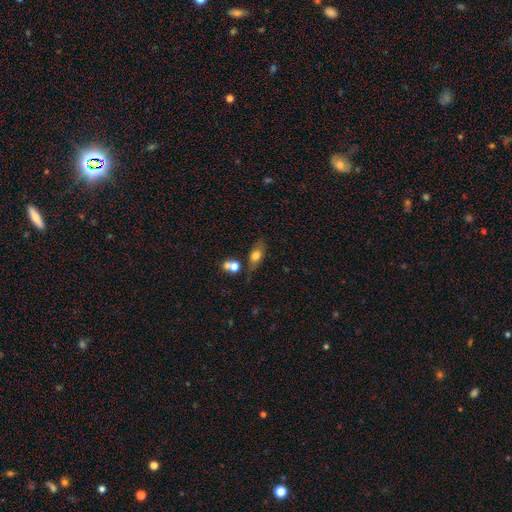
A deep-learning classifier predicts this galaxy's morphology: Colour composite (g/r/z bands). It shows a smooth galaxy with no disk features (67%) that is in between round and cigar-shaped (71%). Merging: none (57%).